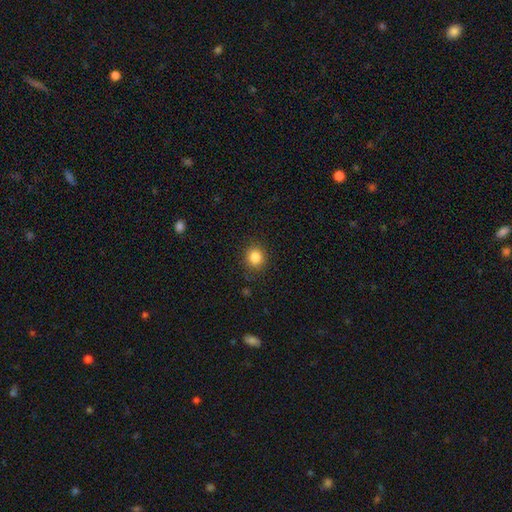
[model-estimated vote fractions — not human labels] smooth_or_featured: smooth (p=0.84) [alt: star or artifact p=0.11]
how_rounded: round (p=0.82) [alt: in between p=0.17]
merging: none (p=0.86) [alt: minor disturbance p=0.09]